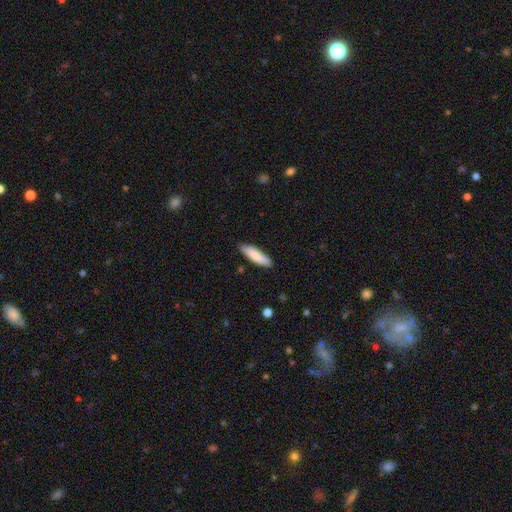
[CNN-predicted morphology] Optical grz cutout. It shows a smooth galaxy with no disk features (84%) that is cigar-shaped (64%). Merging: none (87%).